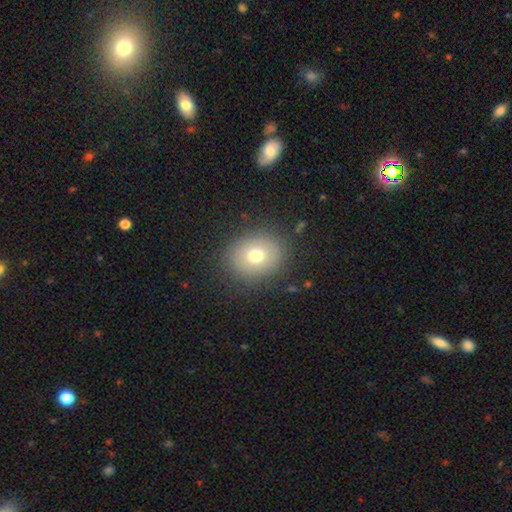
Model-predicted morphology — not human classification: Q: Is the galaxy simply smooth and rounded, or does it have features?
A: smooth — 73%.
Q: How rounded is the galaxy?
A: round — 62%.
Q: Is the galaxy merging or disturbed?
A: none — 86%.